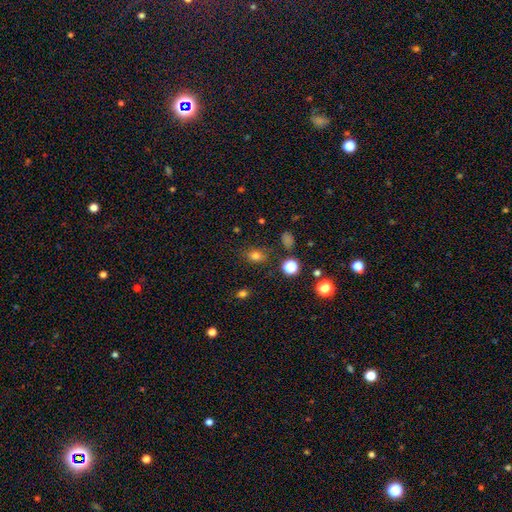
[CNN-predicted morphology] A smooth galaxy with no disk features (76%) that is in between round and cigar-shaped (56%).

Vote fractions:
- Smooth or featured? smooth: 76% / star or artifact: 17% / featured or disk: 7%
- How rounded? in between: 56% / round: 43% / cigar-shaped: 1%
- Merging? none: 80% / minor disturbance: 13% / major disturbance: 4% / merger: 3%